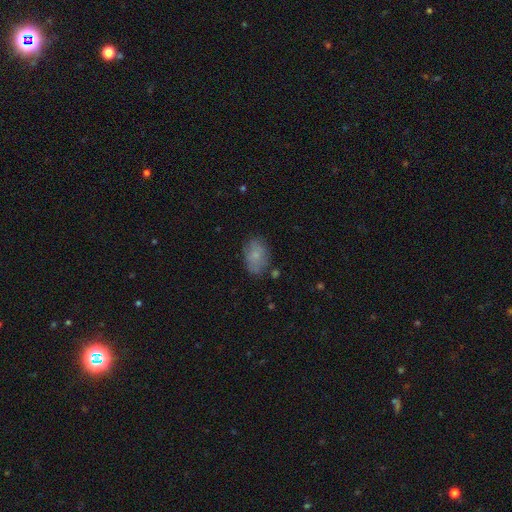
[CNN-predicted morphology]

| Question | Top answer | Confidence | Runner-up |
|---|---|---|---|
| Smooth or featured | smooth | 73% | featured or disk (17%) |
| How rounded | in between | 85% | round (13%) |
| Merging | none | 74% | minor disturbance (18%) |